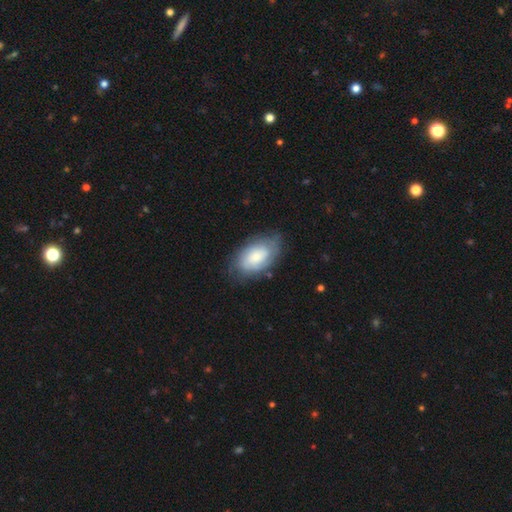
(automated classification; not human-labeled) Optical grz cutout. It shows a smooth galaxy with no disk features (54%) that is in between round and cigar-shaped (92%). Merging: none (70%).